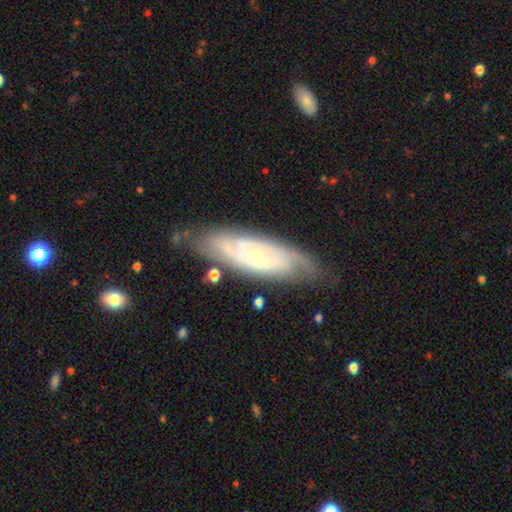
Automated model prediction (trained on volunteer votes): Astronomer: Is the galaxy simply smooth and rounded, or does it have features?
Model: featured or disk — 80%.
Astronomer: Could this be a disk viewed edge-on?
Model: no — 84%.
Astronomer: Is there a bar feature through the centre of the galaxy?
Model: no — 55% (runner-up: weak, 35%).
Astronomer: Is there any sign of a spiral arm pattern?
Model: yes — 93%.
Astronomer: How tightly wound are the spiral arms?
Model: tight — 58% (runner-up: medium, 34%).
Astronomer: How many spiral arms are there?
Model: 2 — 43% (runner-up: can't tell, 34%).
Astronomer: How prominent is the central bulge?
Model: small — 71%.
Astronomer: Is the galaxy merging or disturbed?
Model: none — 74%.